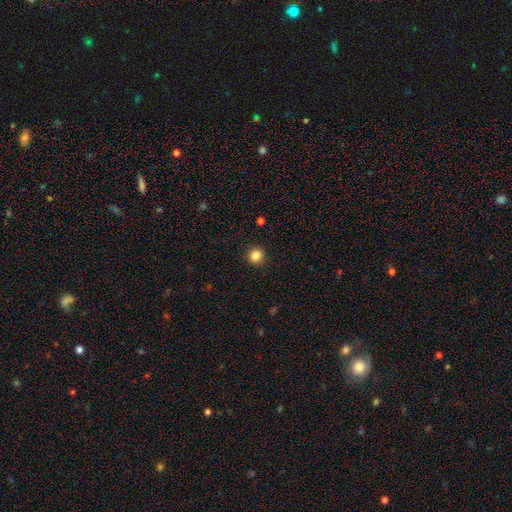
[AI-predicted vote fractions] This appears to be a smooth galaxy with no disk features (85%) that is round (92%). Merging: none (92%).